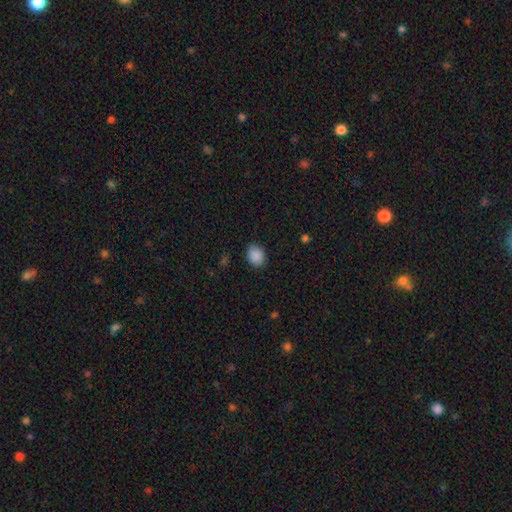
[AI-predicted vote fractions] A smooth galaxy with no disk features (89%) that is in between round and cigar-shaped (58%). Merging: none (83%).